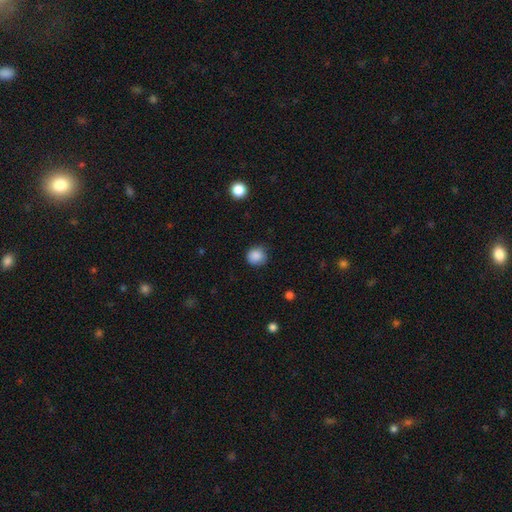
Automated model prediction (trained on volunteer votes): This is clearly a smooth galaxy (87%). How rounded: clearly round (89%). Merging: clearly none (80%).